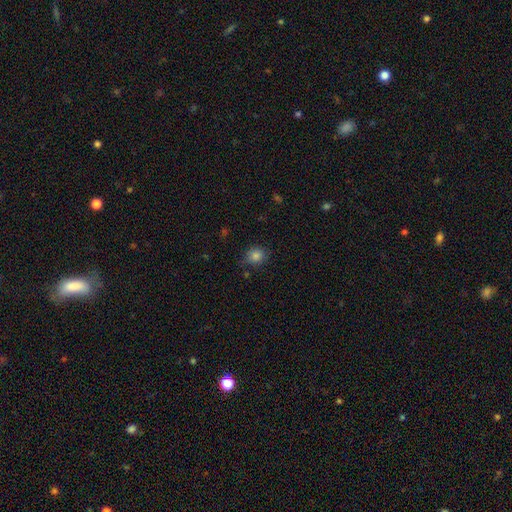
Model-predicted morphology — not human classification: This is clearly a smooth galaxy (84%). How rounded: likely round (74%). Merging: likely none (80%).